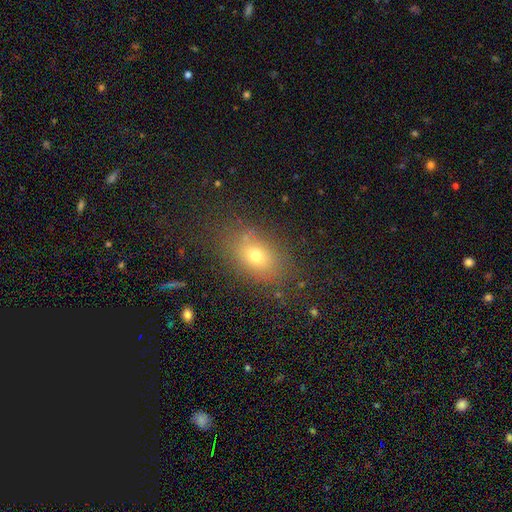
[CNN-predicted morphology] This appears to be a smooth galaxy with no disk features (72%) that is in between round and cigar-shaped (76%). Merging: none (78%).